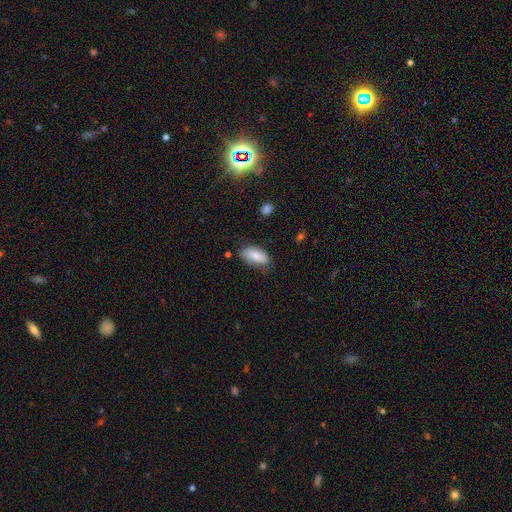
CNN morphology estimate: A smooth galaxy with no disk features (80%) that is in between round and cigar-shaped (91%). Merging: none (68%).